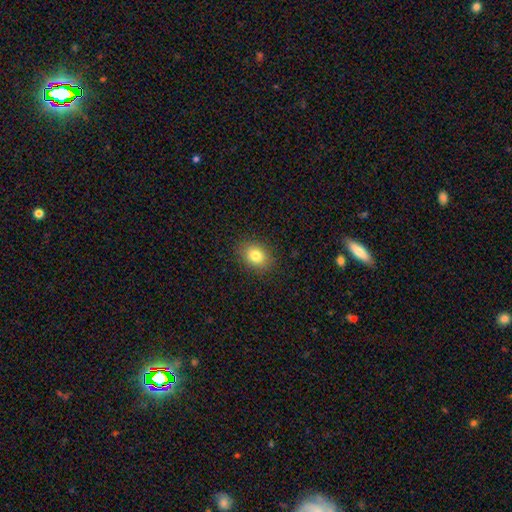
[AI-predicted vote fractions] Q: Smooth or featured?
A: smooth (82%); runner-up: star or artifact (10%)
Q: How rounded?
A: in between (59%); runner-up: round (40%)
Q: Merging?
A: none (88%); runner-up: minor disturbance (8%)